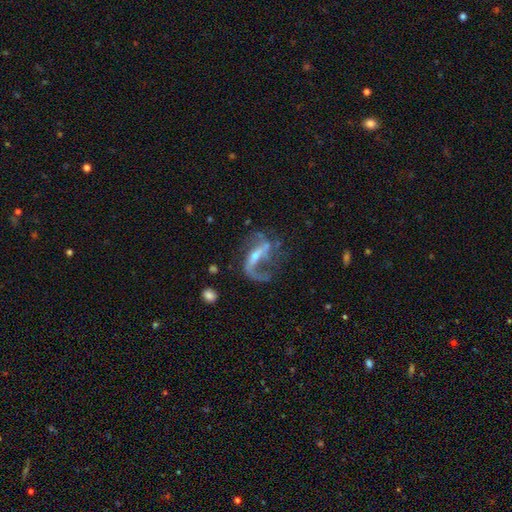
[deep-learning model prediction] A featured or disk galaxy (82%) with a strong bar (47%), 2 (58%) loose (71%) spiral arms (88%) and a small central bulge (56%). Merging: none (42%).